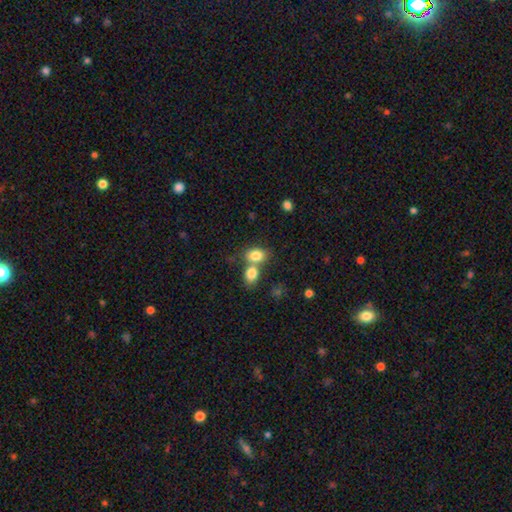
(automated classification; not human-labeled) Overall: smooth (82%). How rounded: in between (75%). Merging: merger (49%; none 38%).